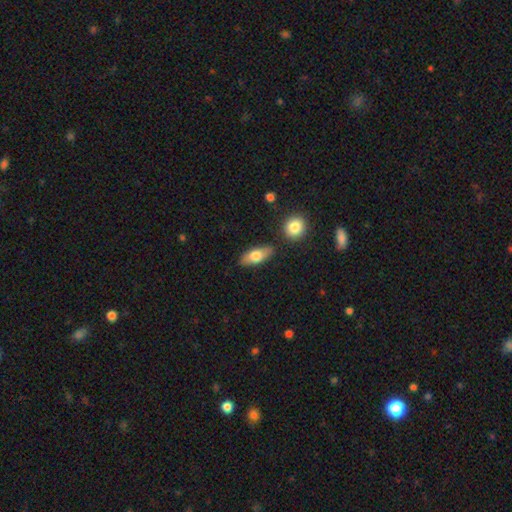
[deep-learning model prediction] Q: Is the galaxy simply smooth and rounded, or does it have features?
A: smooth — 71%.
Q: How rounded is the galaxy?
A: in between — 81%.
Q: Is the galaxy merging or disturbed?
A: none — 80%.